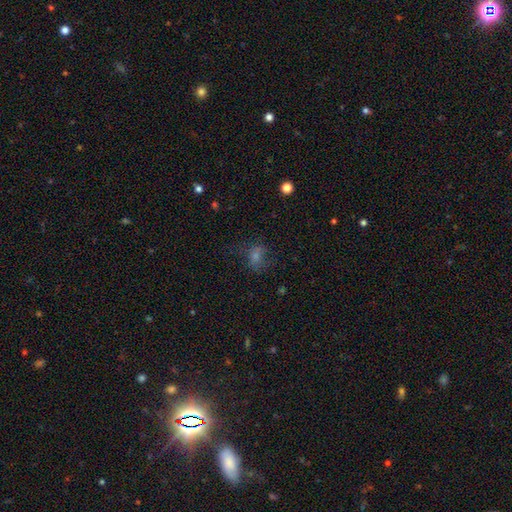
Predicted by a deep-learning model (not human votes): smooth-or-featured: smooth: 49% | star or artifact: 29% | featured or disk: 22%
  merging: none: 59% | minor disturbance: 20% | major disturbance: 19% | merger: 2%